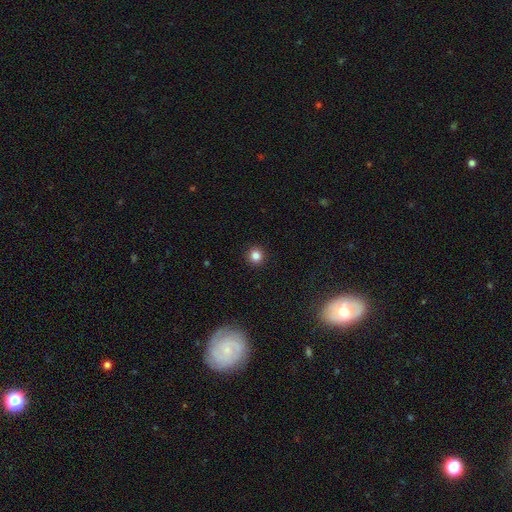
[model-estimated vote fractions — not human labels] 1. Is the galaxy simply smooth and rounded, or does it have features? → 84% smooth, 12% star or artifact, 4% featured or disk.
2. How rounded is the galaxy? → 94% round, 5% in between, 1% cigar-shaped.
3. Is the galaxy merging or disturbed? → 93% none, 4% minor disturbance, 2% major disturbance, 1% merger.